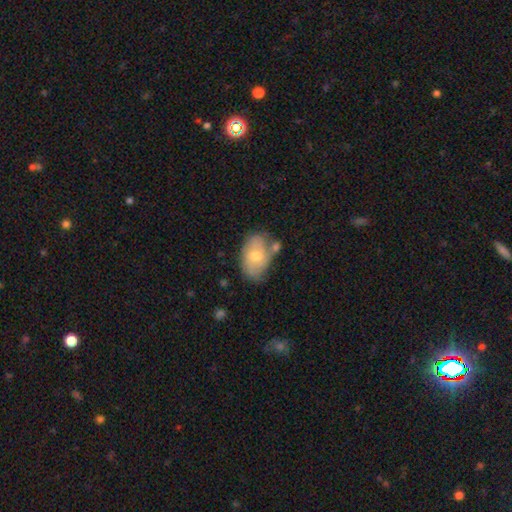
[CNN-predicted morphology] A smooth galaxy with no disk features (57%) that is in between round and cigar-shaped (85%). Merging: none (49%).